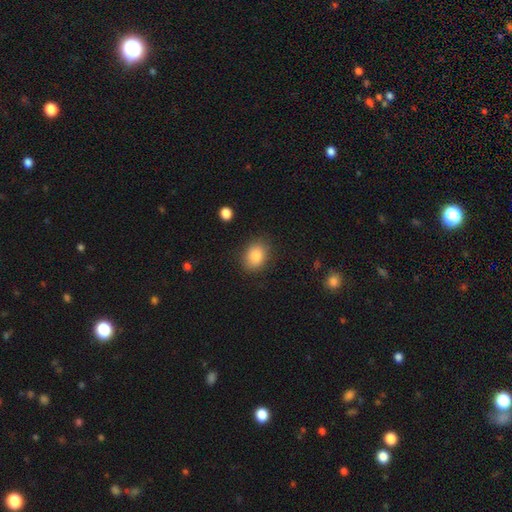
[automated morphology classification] This is clearly a smooth galaxy (85%). How rounded: possibly in between (59%). Merging: clearly none (84%).